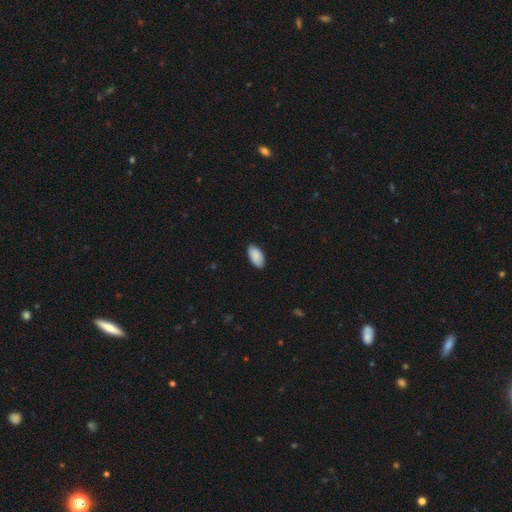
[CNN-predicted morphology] The model was most divided on "merging": none: 84%, minor disturbance: 13%, major disturbance: 2%, merger: 1%. More confident: how rounded — in between (95%); smooth or featured — smooth (90%).